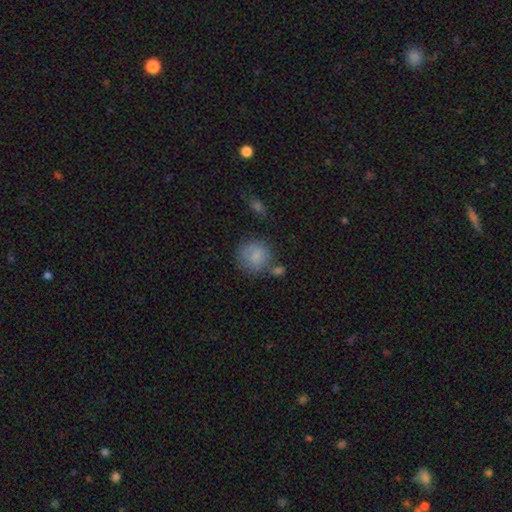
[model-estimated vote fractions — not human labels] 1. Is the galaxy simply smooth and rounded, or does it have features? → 82% smooth, 10% featured or disk, 8% star or artifact.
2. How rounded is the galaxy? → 87% round, 12% in between, 1% cigar-shaped.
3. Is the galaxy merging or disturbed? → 62% none, 19% minor disturbance, 12% merger, 7% major disturbance.